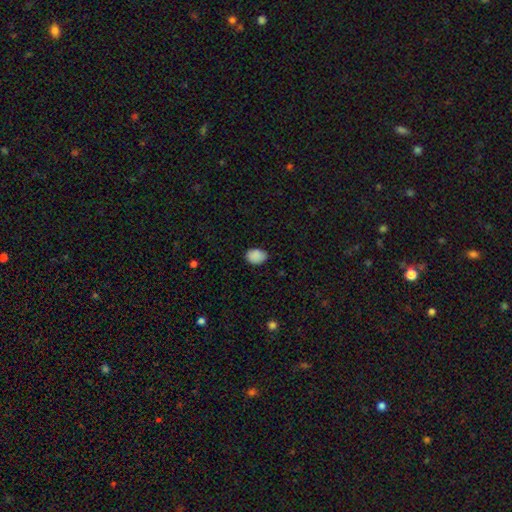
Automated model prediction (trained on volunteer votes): Smooth or featured: smooth — 88% (star or artifact — 8%)
How rounded: in between — 69% (round — 30%)
Merging: none — 78% (minor disturbance — 18%)